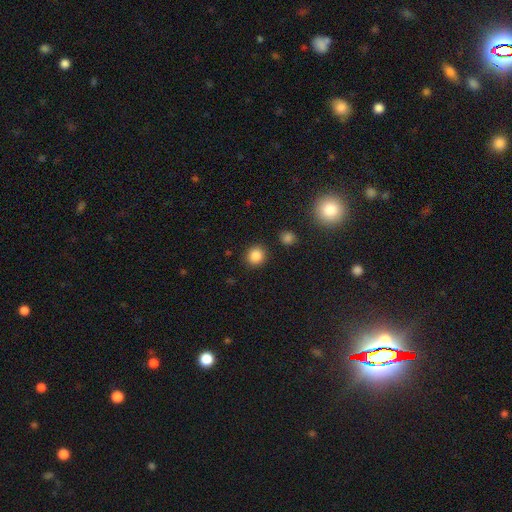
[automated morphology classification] Smooth or featured? Predicted: smooth (p=0.86). How rounded? Predicted: round (p=0.87). Merging? Predicted: none (p=0.89).